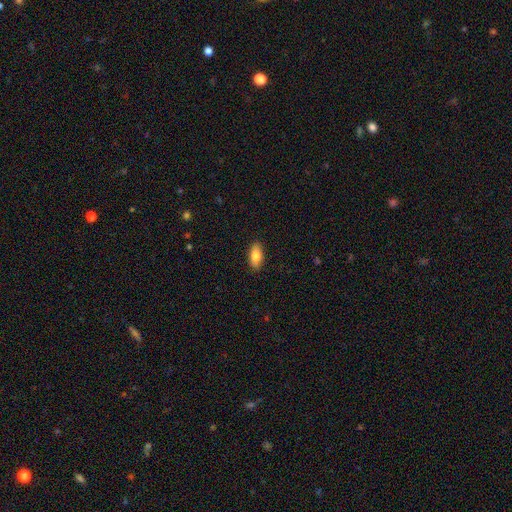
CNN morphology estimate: A smooth galaxy with no disk features (80%) that is in between round and cigar-shaped (85%). Merging: none (89%).